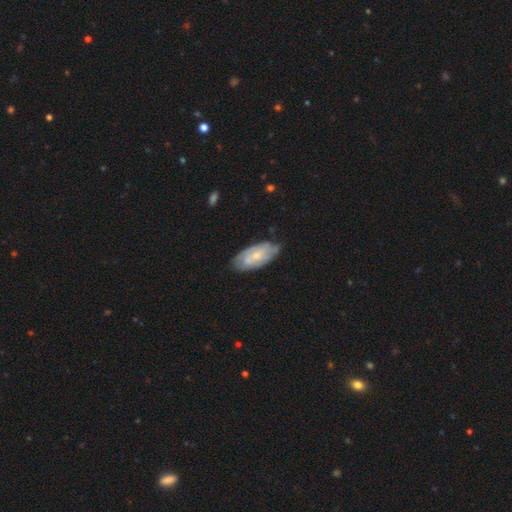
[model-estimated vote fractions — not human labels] Q: Smooth or featured?
A: featured or disk (54%); runner-up: smooth (41%)
Q: Edge-on disk?
A: no (91%); runner-up: yes (9%)
Q: Merging?
A: none (70%); runner-up: minor disturbance (23%)